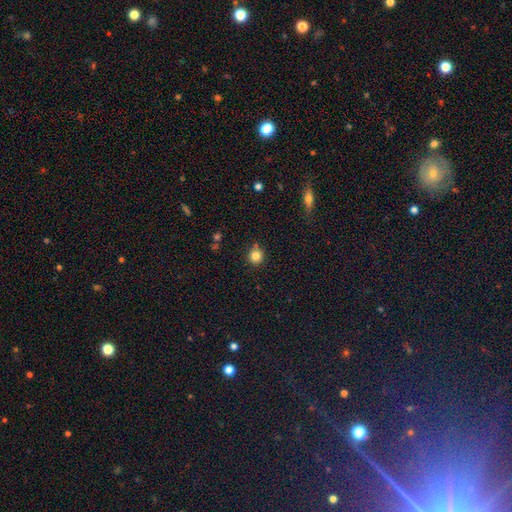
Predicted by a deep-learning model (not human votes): This is clearly a smooth galaxy (83%). How rounded: clearly round (91%). Merging: clearly none (81%).